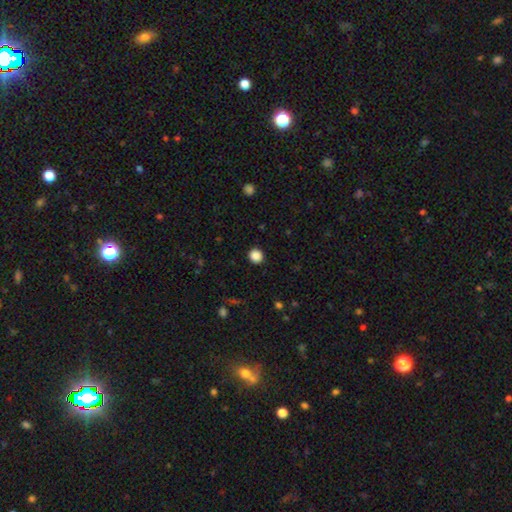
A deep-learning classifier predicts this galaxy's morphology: Smooth or featured: smooth — 87% (star or artifact — 10%)
How rounded: round — 92% (in between — 7%)
Merging: none — 92% (minor disturbance — 5%)